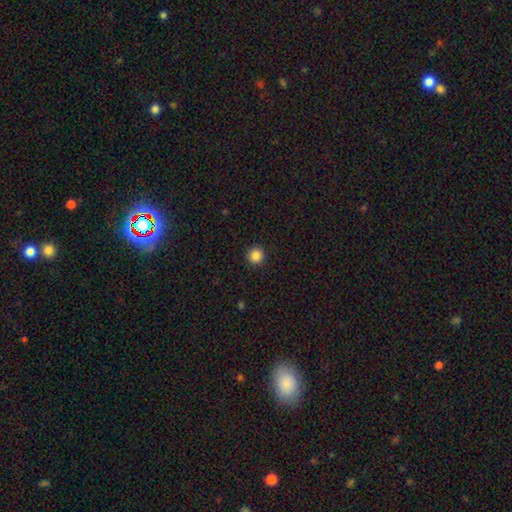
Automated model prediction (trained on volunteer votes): Smooth or featured? Predicted: smooth (p=0.86). How rounded? Predicted: round (p=0.95). Merging? Predicted: none (p=0.93).